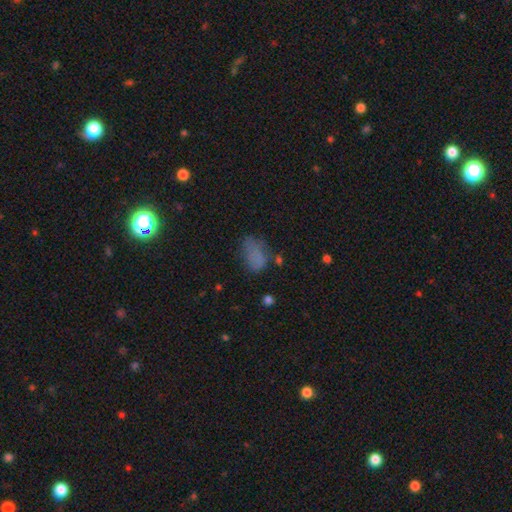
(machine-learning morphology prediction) Smooth or featured?
  - smooth: 72% *
  - star or artifact: 16%
  - featured or disk: 12%
How rounded?
  - in between: 87% *
  - round: 10%
  - cigar-shaped: 2%
Merging?
  - none: 45% *
  - minor disturbance: 29%
  - major disturbance: 21%
  - merger: 5%